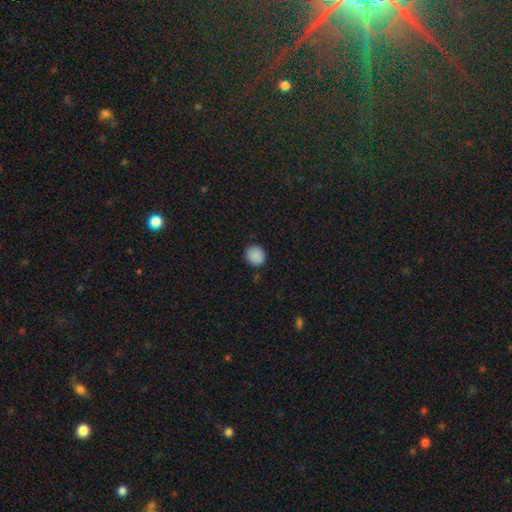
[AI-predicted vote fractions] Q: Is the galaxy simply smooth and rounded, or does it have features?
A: smooth — 89%.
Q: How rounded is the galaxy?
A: round — 88%.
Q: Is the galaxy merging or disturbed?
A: none — 88%.